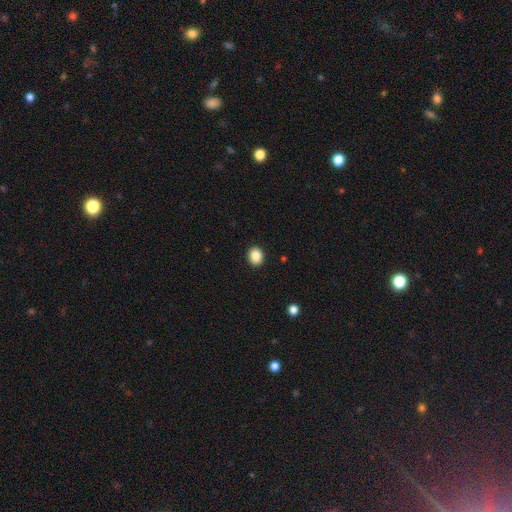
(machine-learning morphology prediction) type=smooth (87%); roundness=round (54%); merging=none (91%).